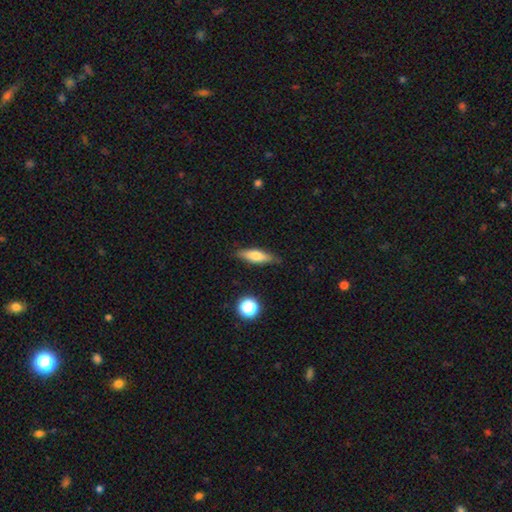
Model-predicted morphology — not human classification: A smooth galaxy with no disk features (61%) that is cigar-shaped (60%).

Vote fractions:
- Smooth or featured? smooth: 61% / featured or disk: 31% / star or artifact: 7%
- How rounded? cigar-shaped: 60% / in between: 37% / round: 3%
- Merging? none: 84% / minor disturbance: 12% / major disturbance: 2% / merger: 2%